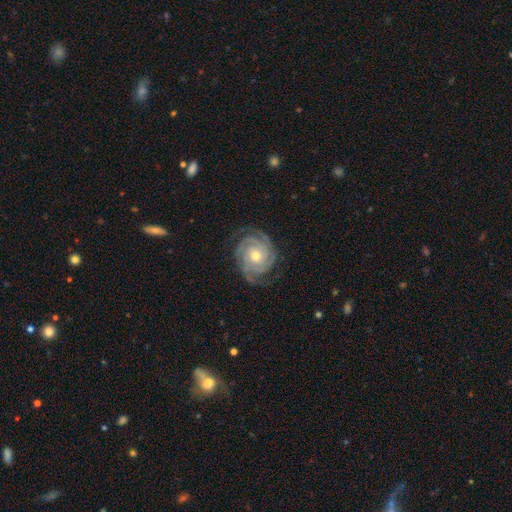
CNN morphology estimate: Overall: featured or disk (91%). Edge-on disk: no (98%). Bar: no (78%). Spiral arms: yes (98%). Spiral arm count: 3 (36%; 4 19%). Spiral winding: tight (77%). Bulge size: moderate (61%; small 35%). Merging: none (79%).